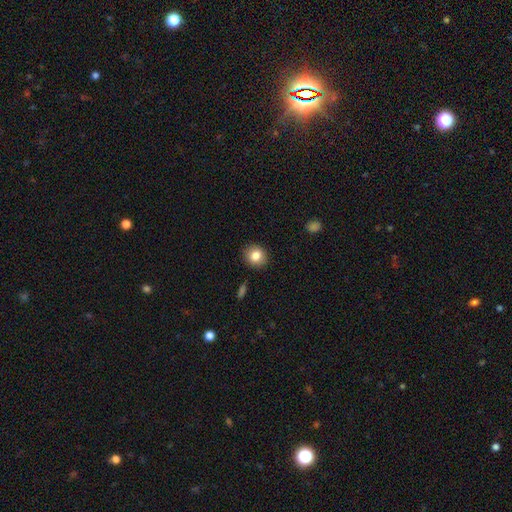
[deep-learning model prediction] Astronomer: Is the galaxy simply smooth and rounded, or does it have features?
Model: smooth — 83%.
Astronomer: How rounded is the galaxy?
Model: round — 79%.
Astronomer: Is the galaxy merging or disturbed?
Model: none — 90%.